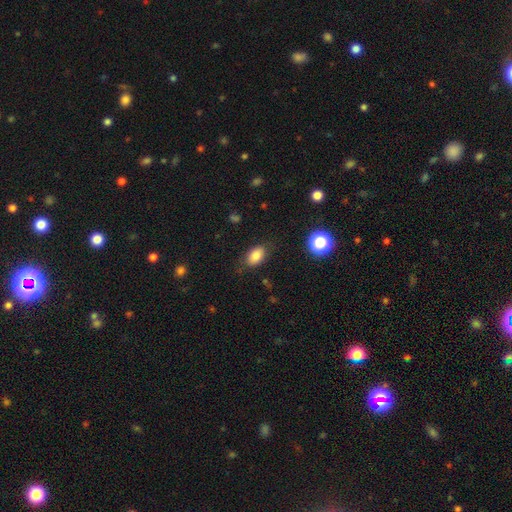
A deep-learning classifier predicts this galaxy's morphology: Smooth or featured: smooth — 82% (star or artifact — 10%)
How rounded: in between — 87% (round — 11%)
Merging: none — 79% (minor disturbance — 15%)